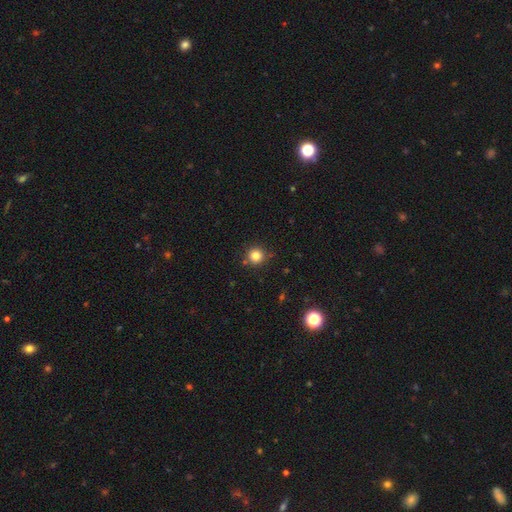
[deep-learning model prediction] The model was most divided on "smooth or featured": smooth: 82%, star or artifact: 13%, featured or disk: 5%. More confident: how rounded — round (95%); merging — none (86%).